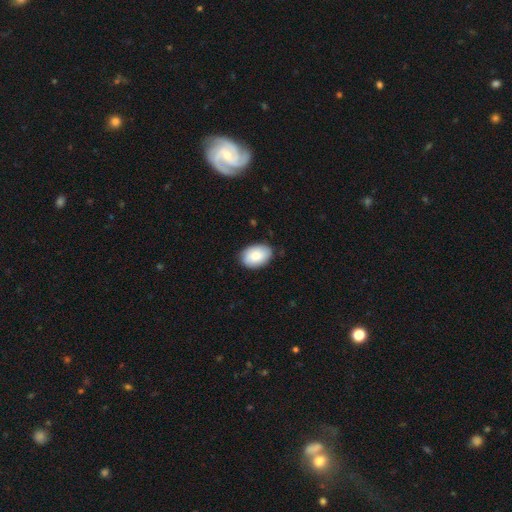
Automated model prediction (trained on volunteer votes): smooth-or-featured: smooth: 85% | featured or disk: 9% | star or artifact: 6%
  how-rounded: in between: 88% | round: 11% | cigar-shaped: 1%
  merging: none: 84% | minor disturbance: 13% | major disturbance: 2% | merger: 1%